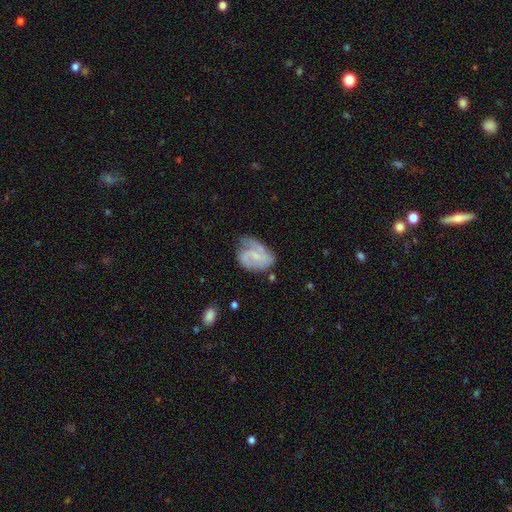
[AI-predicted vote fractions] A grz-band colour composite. It shows a featured or disk galaxy (67%) with a weak bar (45%), 2 (54%) medium (44%) spiral arms (86%) and a small central bulge (44%). Merging: none (45%).